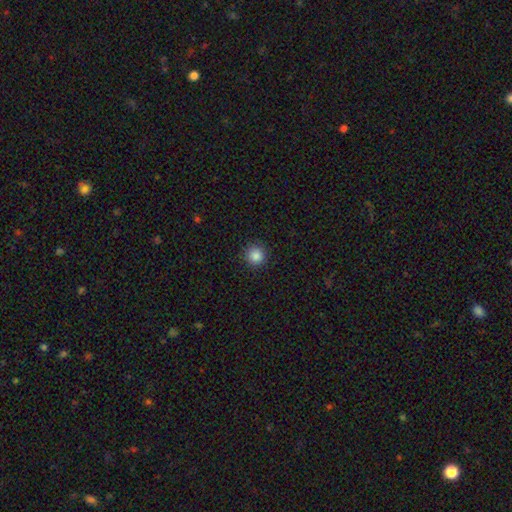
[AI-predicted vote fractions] The model was most divided on "smooth or featured": smooth: 86%, star or artifact: 11%, featured or disk: 3%. More confident: how rounded — round (95%); merging — none (91%).